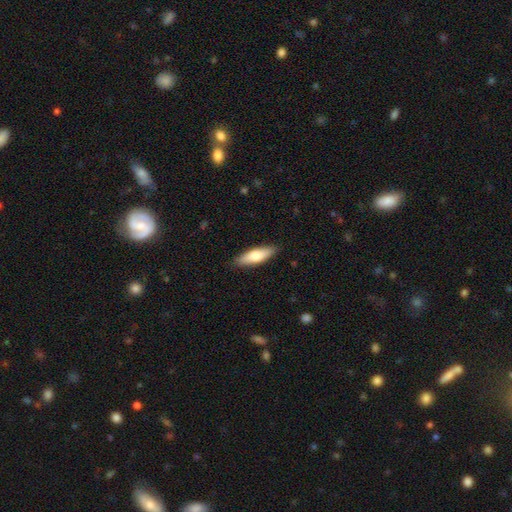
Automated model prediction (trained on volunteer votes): This is likely a smooth galaxy (71%). How rounded: possibly cigar-shaped (49%, tied with in between). Merging: clearly none (88%).